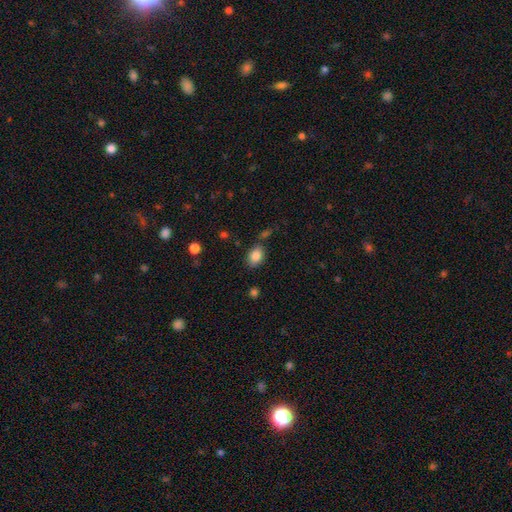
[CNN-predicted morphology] A smooth galaxy with no disk features (85%) that is in between round and cigar-shaped (78%). Merging: none (75%).